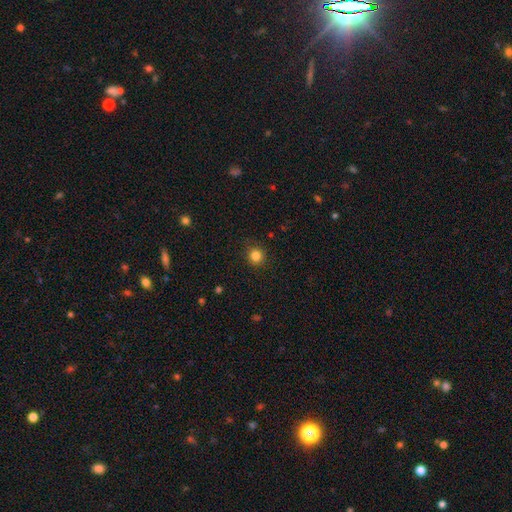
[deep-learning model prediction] A smooth galaxy with no disk features (84%) that is round (92%).

Vote fractions:
- Smooth or featured? smooth: 84% / star or artifact: 12% / featured or disk: 4%
- How rounded? round: 92% / in between: 7% / cigar-shaped: 1%
- Merging? none: 90% / minor disturbance: 6% / major disturbance: 2% / merger: 1%